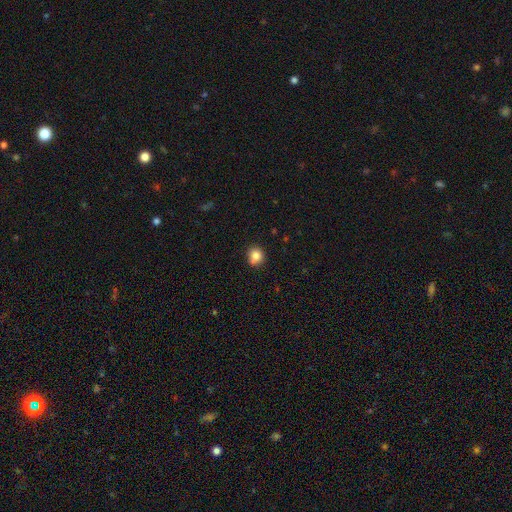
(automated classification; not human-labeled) Q: Smooth or featured?
A: smooth (81%); runner-up: star or artifact (11%)
Q: How rounded?
A: round (87%); runner-up: in between (12%)
Q: Merging?
A: none (74%); runner-up: minor disturbance (13%)